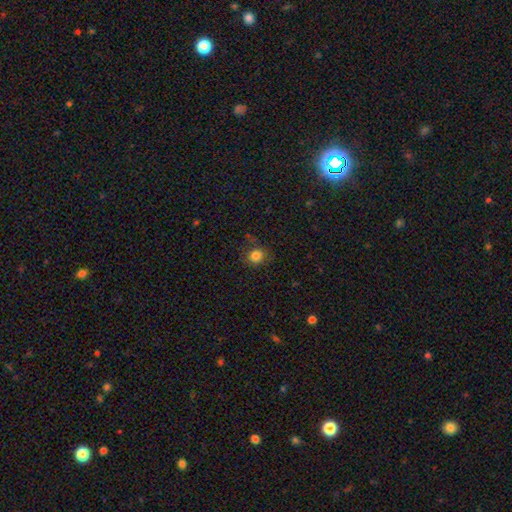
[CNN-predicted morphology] Smooth or featured: smooth — 82% (star or artifact — 13%)
How rounded: round — 81% (in between — 18%)
Merging: none — 77% (minor disturbance — 16%)